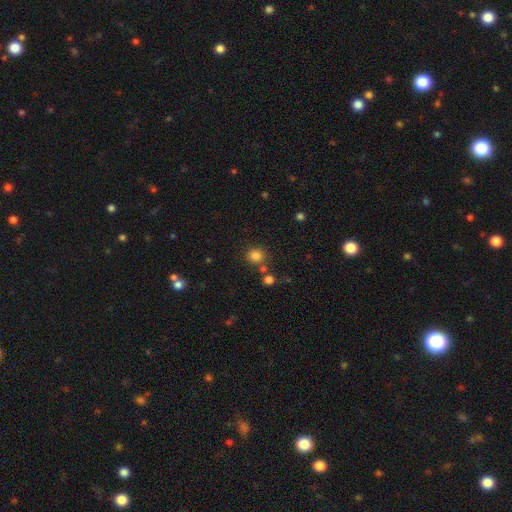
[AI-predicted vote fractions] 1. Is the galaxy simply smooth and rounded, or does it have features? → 82% smooth, 13% star or artifact, 5% featured or disk.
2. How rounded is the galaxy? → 86% round, 13% in between, 1% cigar-shaped.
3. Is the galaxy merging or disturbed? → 76% none, 12% merger, 9% minor disturbance, 3% major disturbance.